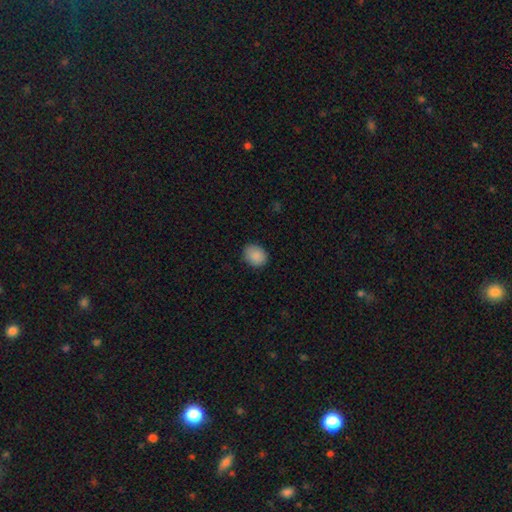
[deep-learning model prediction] A smooth galaxy with no disk features (89%) that is round (53%).

Vote fractions:
- Smooth or featured? smooth: 89% / star or artifact: 8% / featured or disk: 3%
- How rounded? round: 53% / in between: 46% / cigar-shaped: 1%
- Merging? none: 84% / minor disturbance: 12% / major disturbance: 3% / merger: 1%